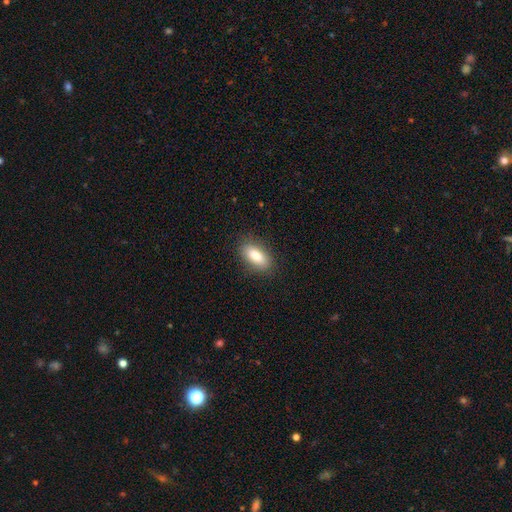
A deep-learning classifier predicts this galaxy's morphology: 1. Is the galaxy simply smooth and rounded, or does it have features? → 84% smooth, 9% featured or disk, 7% star or artifact.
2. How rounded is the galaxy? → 85% in between, 11% cigar-shaped, 4% round.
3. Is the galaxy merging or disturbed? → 86% none, 10% minor disturbance, 3% major disturbance, 1% merger.